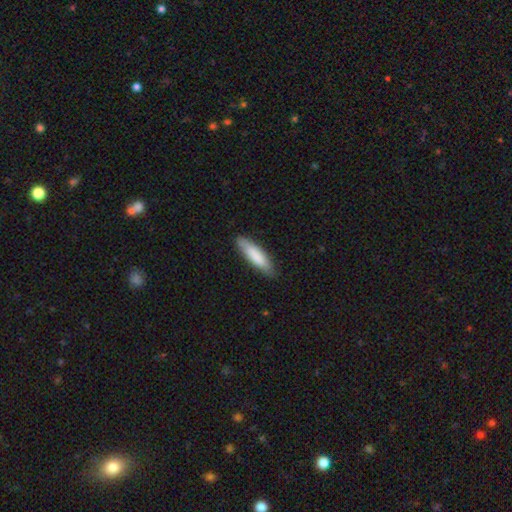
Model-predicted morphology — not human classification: smooth_or_featured: smooth (p=0.83) [alt: featured or disk p=0.12]
how_rounded: cigar-shaped (p=0.68) [alt: in between p=0.31]
merging: none (p=0.84) [alt: minor disturbance p=0.13]